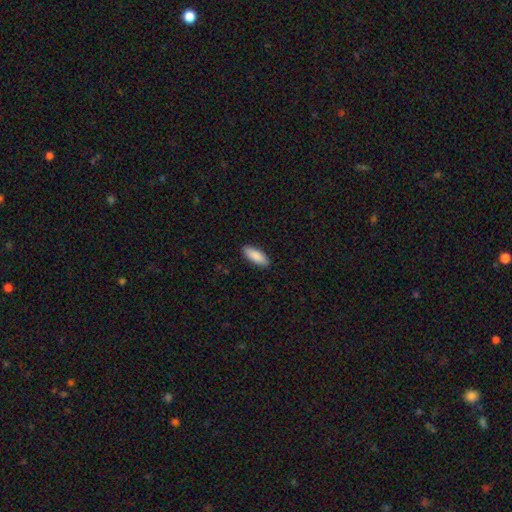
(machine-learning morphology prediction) This is clearly a smooth galaxy (89%). How rounded: likely in between (73%). Merging: clearly none (90%).